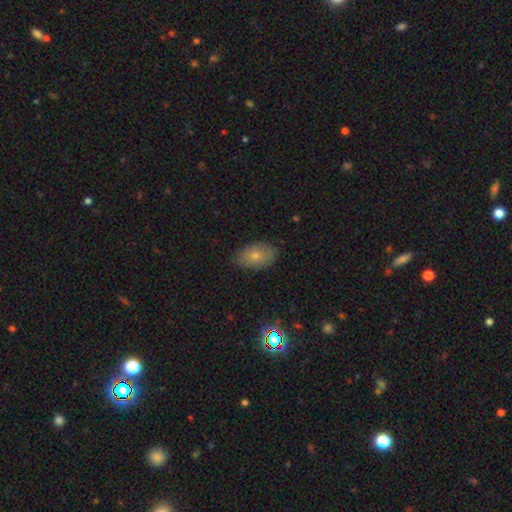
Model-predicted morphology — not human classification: Overall: smooth (71%). How rounded: in between (88%). Merging: none (83%).